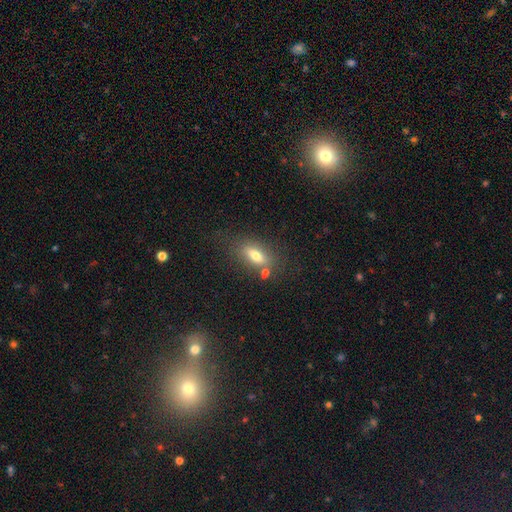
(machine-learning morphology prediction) type=smooth (69%); roundness=in between (78%); merging=none (70%).